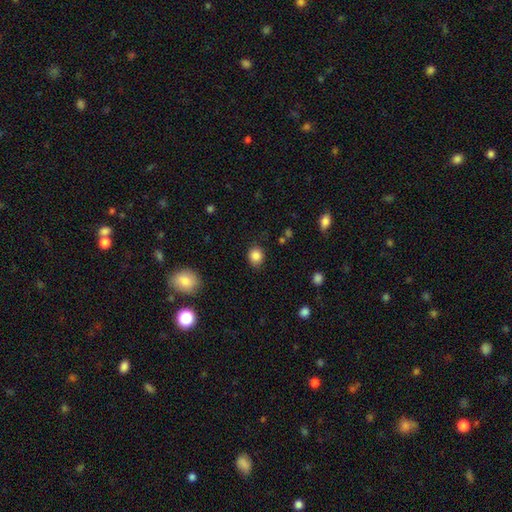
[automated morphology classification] Smooth or featured?
  - smooth: 86% *
  - star or artifact: 10%
  - featured or disk: 4%
How rounded?
  - round: 77% *
  - in between: 22%
  - cigar-shaped: 1%
Merging?
  - none: 84% *
  - minor disturbance: 11%
  - major disturbance: 3%
  - merger: 1%